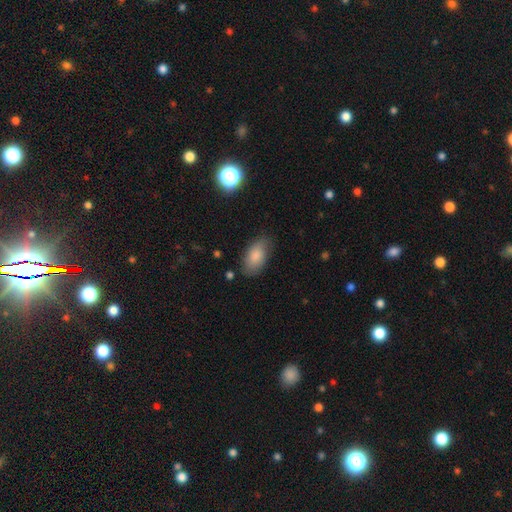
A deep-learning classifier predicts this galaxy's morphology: A smooth galaxy with no disk features (83%) that is in between round and cigar-shaped (93%).

Vote fractions:
- Smooth or featured? smooth: 83% / featured or disk: 11% / star or artifact: 7%
- How rounded? in between: 93% / round: 4% / cigar-shaped: 3%
- Merging? none: 76% / minor disturbance: 18% / major disturbance: 4% / merger: 2%